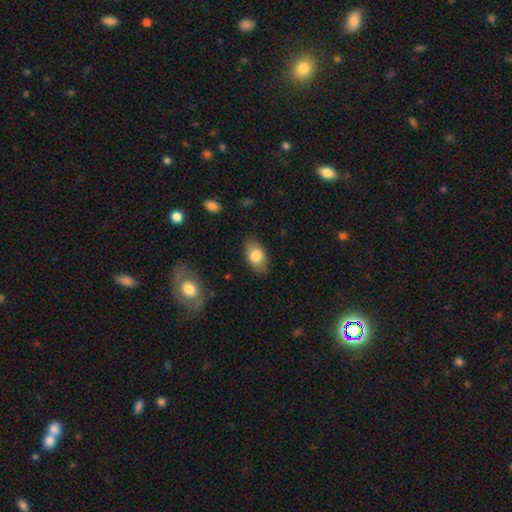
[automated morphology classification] type=smooth (79%); roundness=in between (90%); merging=none (83%).